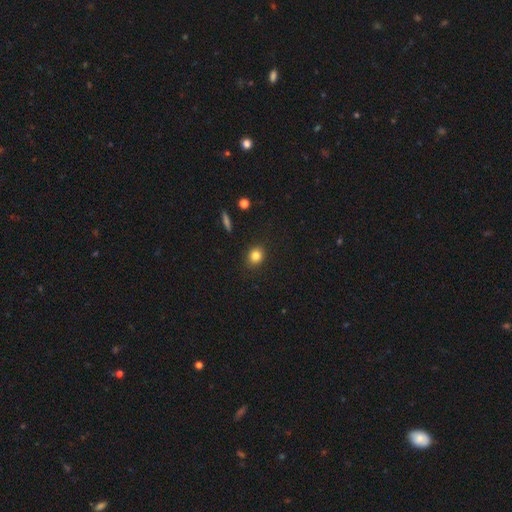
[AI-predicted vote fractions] A smooth galaxy with no disk features (83%) that is round (65%). Merging: none (89%).